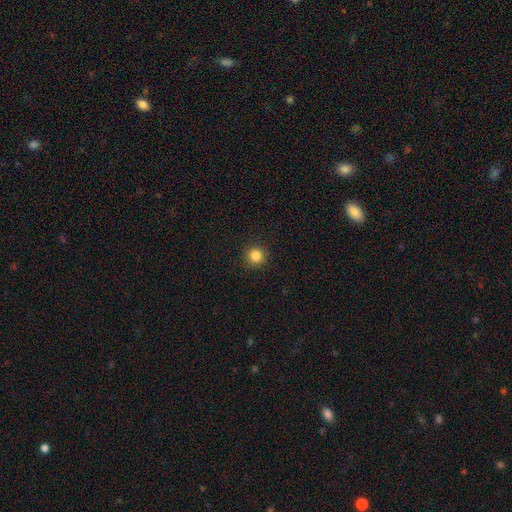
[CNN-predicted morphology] smooth_or_featured: smooth (p=0.84) [alt: star or artifact p=0.12]
how_rounded: round (p=0.94) [alt: in between p=0.05]
merging: none (p=0.91) [alt: minor disturbance p=0.06]